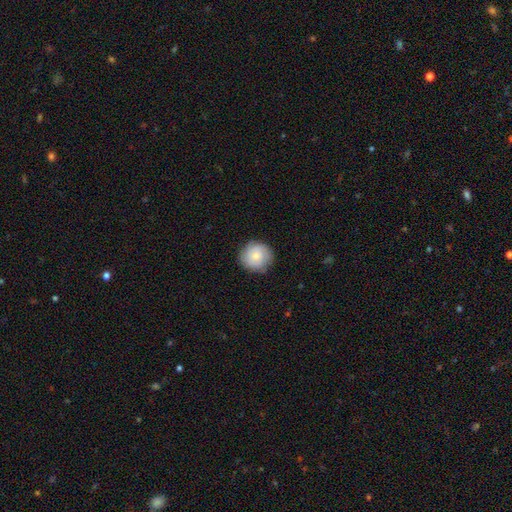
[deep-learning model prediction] This is likely a smooth galaxy (71%). How rounded: clearly round (92%). Merging: clearly none (83%).